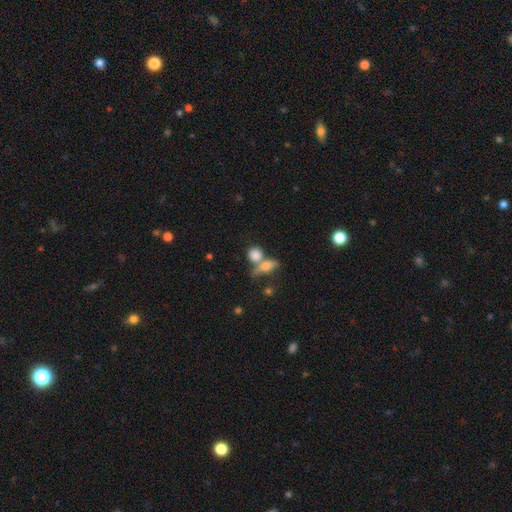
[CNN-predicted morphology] This is likely a smooth galaxy (80%). How rounded: possibly round (58%). Merging: possibly merger (47%).